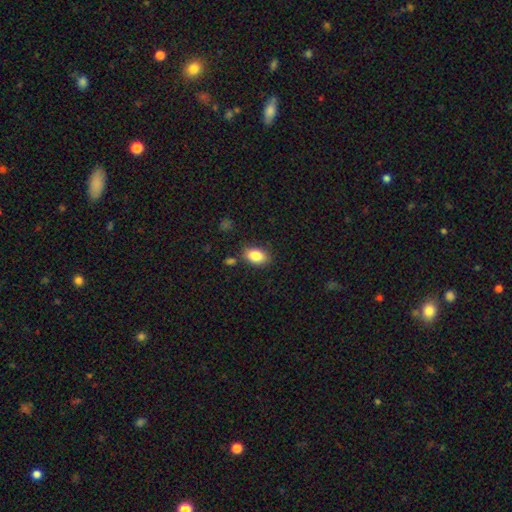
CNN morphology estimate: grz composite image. It shows a smooth galaxy with no disk features (85%) that is in between round and cigar-shaped (88%). Merging: none (81%).